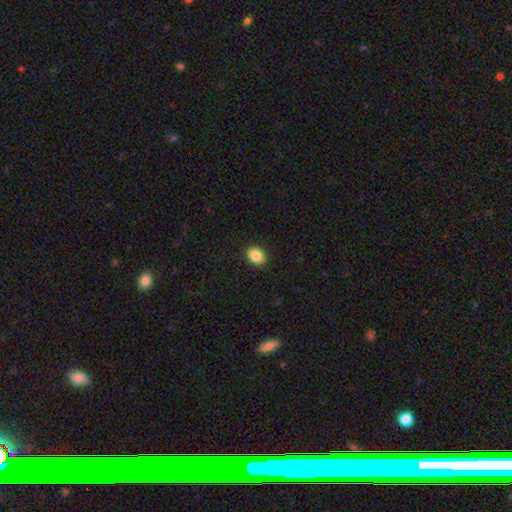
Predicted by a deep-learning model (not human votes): Q: Smooth or featured?
A: smooth (88%); runner-up: star or artifact (8%)
Q: How rounded?
A: in between (76%); runner-up: round (23%)
Q: Merging?
A: none (90%); runner-up: minor disturbance (7%)